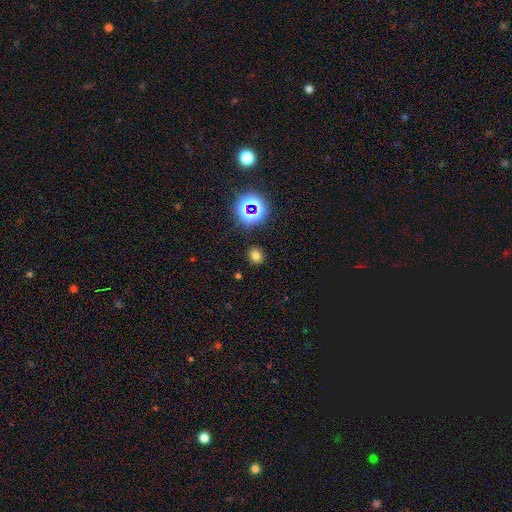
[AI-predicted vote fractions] Smooth or featured?
  - smooth: 70% *
  - star or artifact: 24%
  - featured or disk: 7%
How rounded?
  - round: 68% *
  - in between: 31%
  - cigar-shaped: 1%
Merging?
  - none: 88% *
  - minor disturbance: 8%
  - major disturbance: 3%
  - merger: 2%